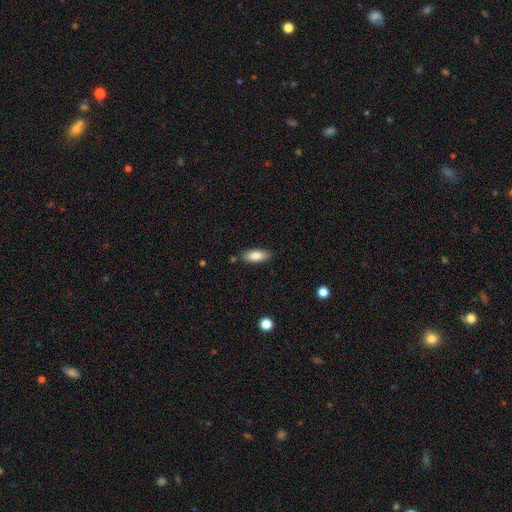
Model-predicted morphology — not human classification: This is clearly a smooth galaxy (83%). How rounded: likely in between (78%). Merging: clearly none (82%).